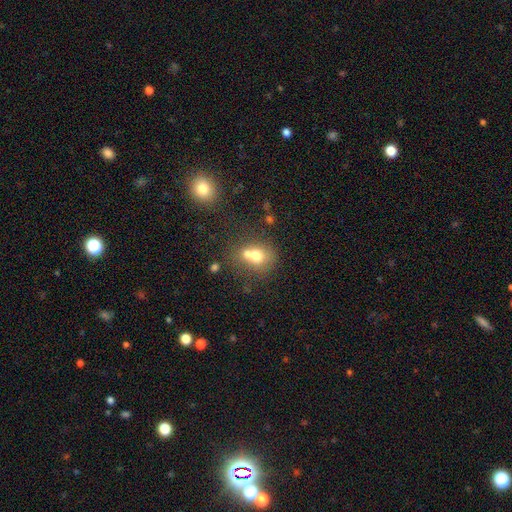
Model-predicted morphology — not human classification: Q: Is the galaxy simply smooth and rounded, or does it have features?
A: smooth — 68%.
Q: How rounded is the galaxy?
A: round — 66%.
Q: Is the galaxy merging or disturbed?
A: merger — 54%.